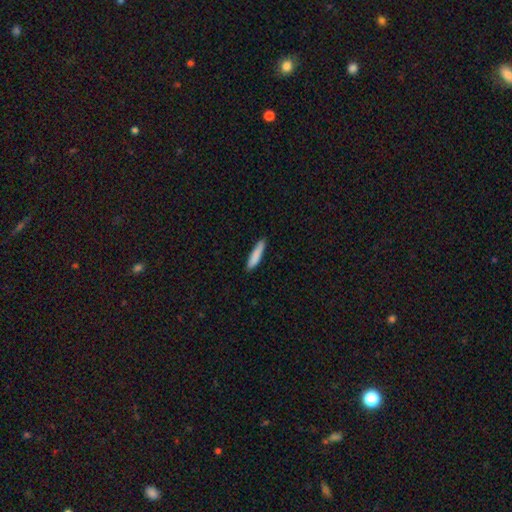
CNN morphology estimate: Smooth or featured? Predicted: smooth (p=0.86). How rounded? Predicted: cigar-shaped (p=0.84). Merging? Predicted: none (p=0.86).